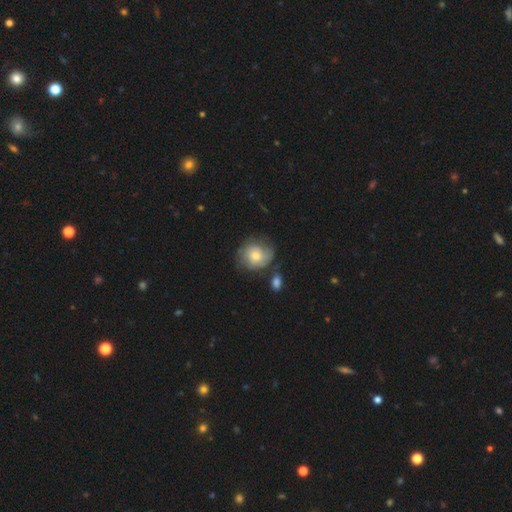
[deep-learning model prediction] A smooth galaxy with no disk features (47%). Merging: none (63%).